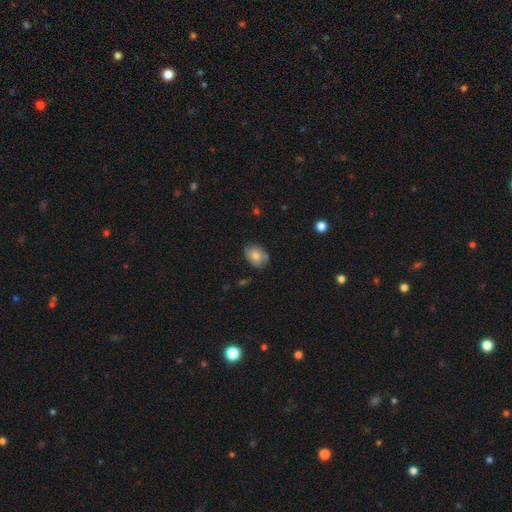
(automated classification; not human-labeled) This is likely a smooth galaxy (75%). How rounded: likely in between (71%). Merging: likely none (68%).